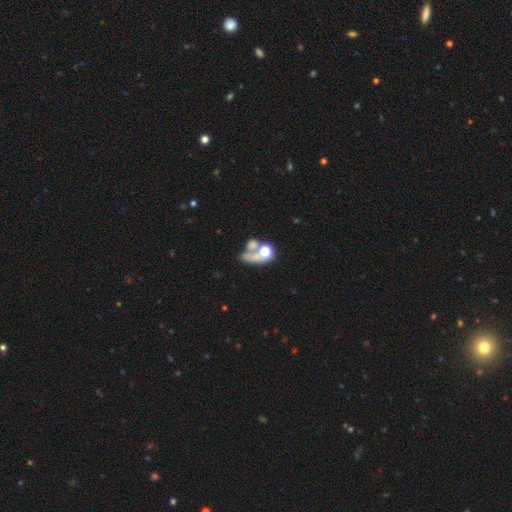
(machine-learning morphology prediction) Smooth or featured? smooth (48%)
Merging? merger (43%)